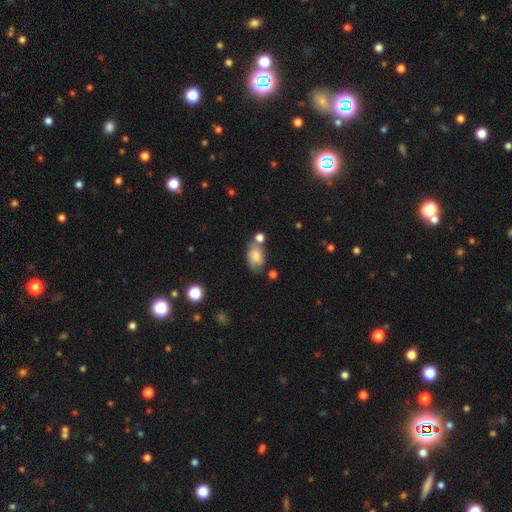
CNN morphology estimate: type=smooth (59%); roundness=in between (83%); merging=none (42%).